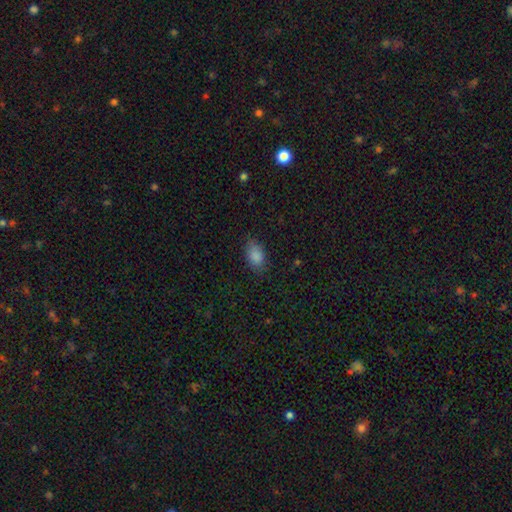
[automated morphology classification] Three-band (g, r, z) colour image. It shows a smooth galaxy with no disk features (86%) that is in between round and cigar-shaped (88%). Merging: none (75%).